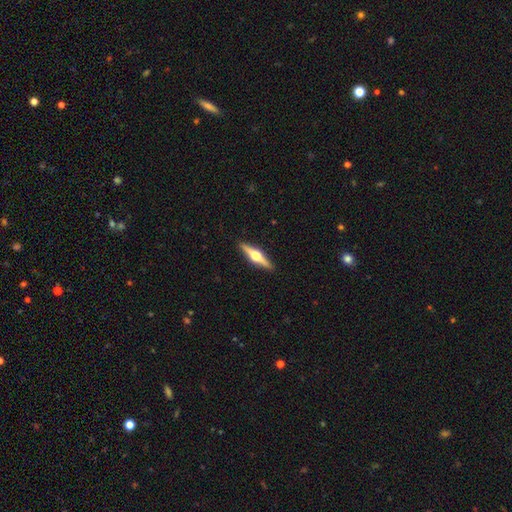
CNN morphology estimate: This is likely a featured or disk galaxy (74%). It is clearly viewed edge-on (98%). Edge-on bulge: clearly rounded (96%). Merging: clearly none (92%).